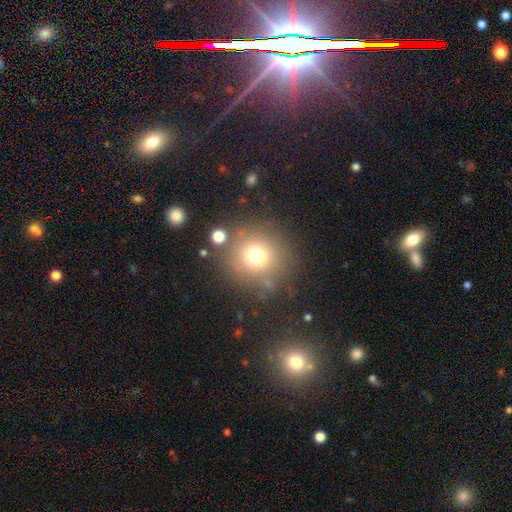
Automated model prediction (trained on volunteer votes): Smooth or featured? smooth (72%)
How rounded? round (93%)
Merging? none (79%)